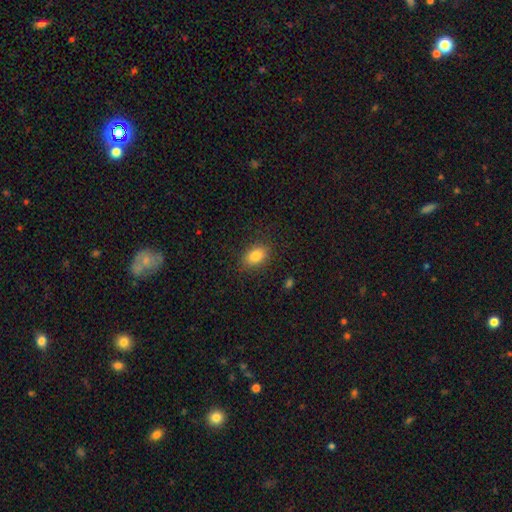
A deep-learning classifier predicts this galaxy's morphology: A smooth galaxy with no disk features (84%) that is in between round and cigar-shaped (85%). Merging: none (86%).